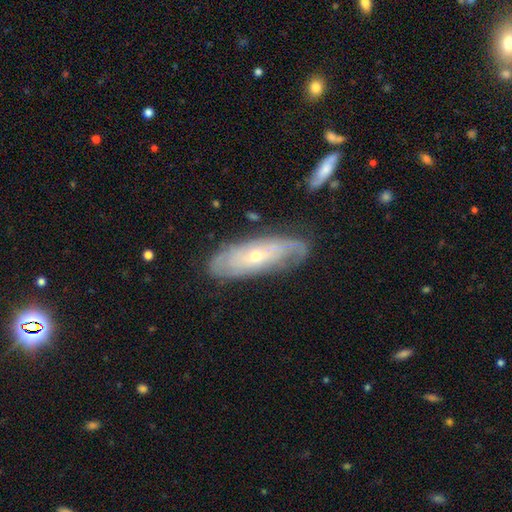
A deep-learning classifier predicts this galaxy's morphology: This appears to be a featured or disk galaxy (70%) with no bar (79%), spiral arms (77%) and a small central bulge (64%). Merging: none (67%).